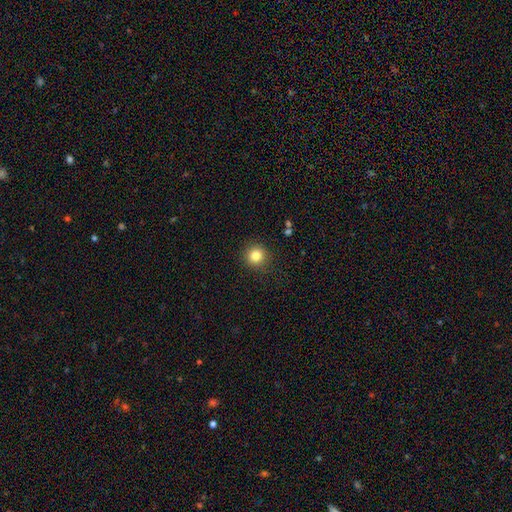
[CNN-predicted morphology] smooth 82%, star or artifact 11%, featured or disk 6%. Down the decision tree: how rounded — round (94%); merging — none (90%).